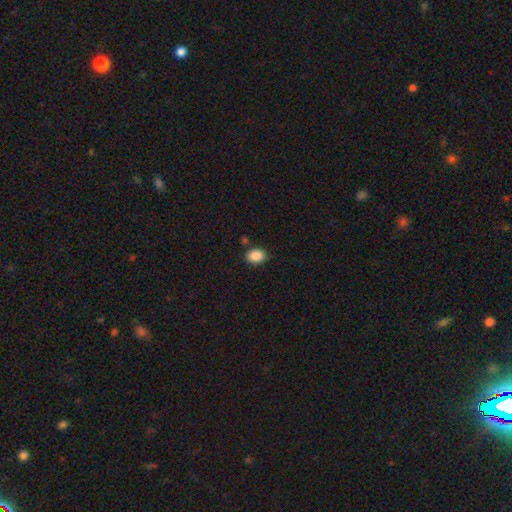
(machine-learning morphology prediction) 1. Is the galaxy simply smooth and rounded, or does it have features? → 88% smooth, 8% star or artifact, 4% featured or disk.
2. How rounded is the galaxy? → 66% in between, 33% round, 1% cigar-shaped.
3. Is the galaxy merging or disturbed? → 81% none, 11% minor disturbance, 4% merger, 3% major disturbance.